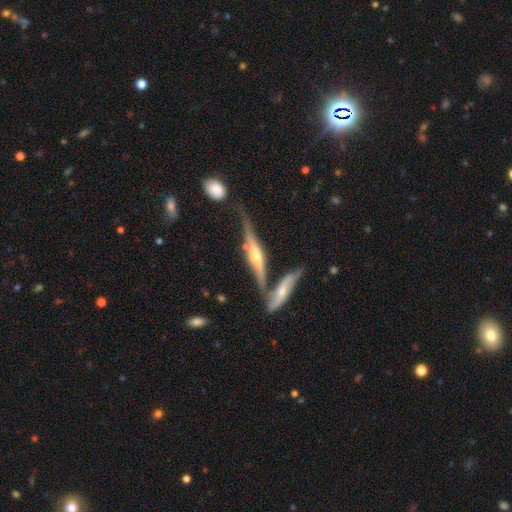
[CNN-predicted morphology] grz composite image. It shows a featured or disk galaxy (81%) viewed edge-on (94%) with a rounded central bulge (88%). Merging: none (58%).